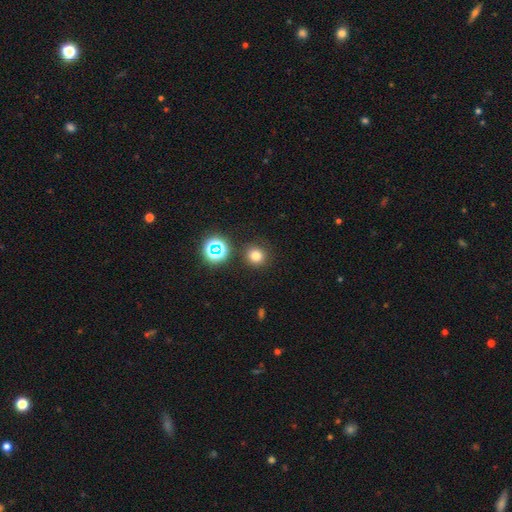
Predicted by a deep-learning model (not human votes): smooth 74%, star or artifact 19%, featured or disk 7%. Down the decision tree: how rounded — round (89%); merging — none (87%).